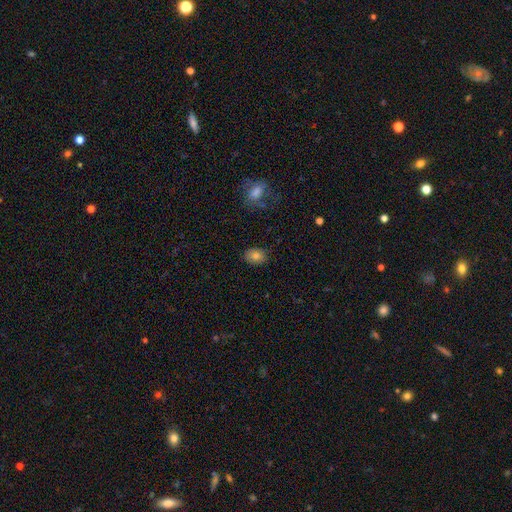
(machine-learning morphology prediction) Overall: smooth (80%). How rounded: in between (63%; round 36%). Merging: none (85%).